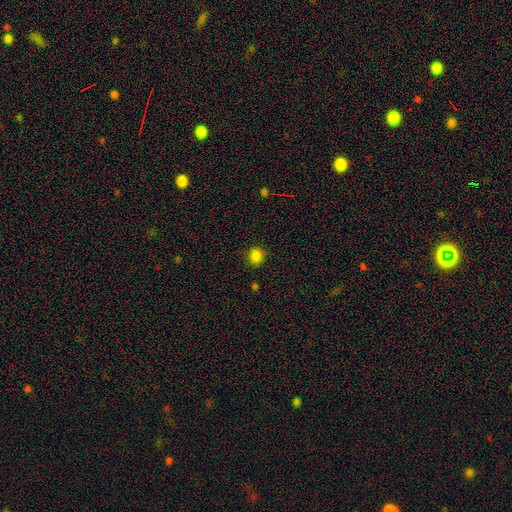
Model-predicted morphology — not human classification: This appears to be a smooth galaxy with no disk features (83%) that is round (79%). Merging: none (85%).